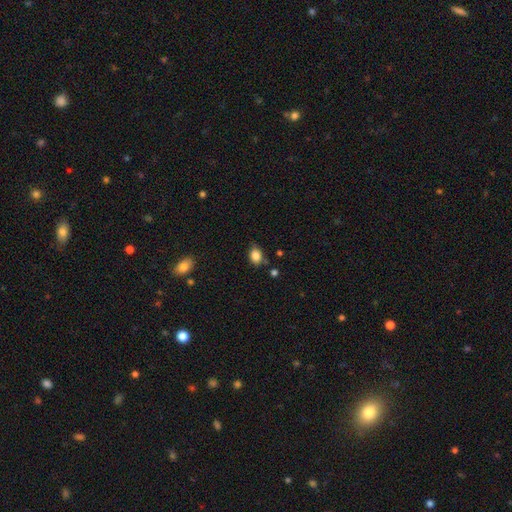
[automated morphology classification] smooth_or_featured: smooth (p=0.86) [alt: star or artifact p=0.09]
how_rounded: in between (p=0.69) [alt: round p=0.29]
merging: none (p=0.70) [alt: minor disturbance p=0.22]